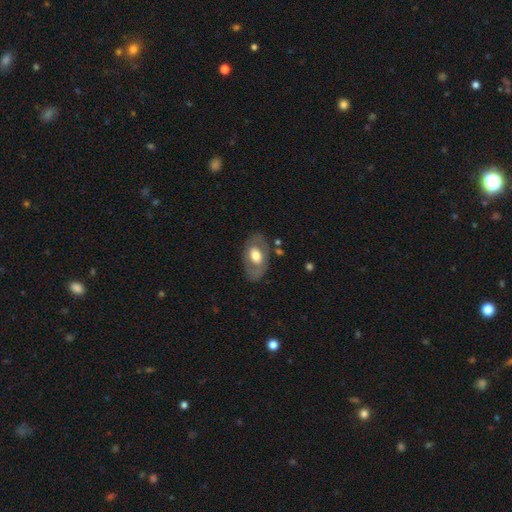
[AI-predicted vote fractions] Smooth or featured? smooth (51%)
How rounded? in between (88%)
Merging? none (75%)